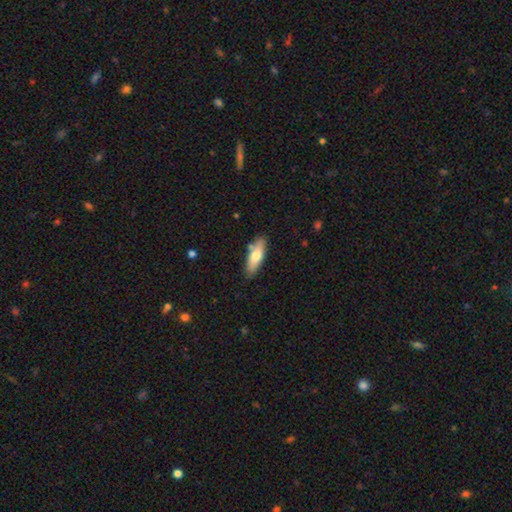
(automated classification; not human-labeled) A smooth galaxy with no disk features (70%) that is in between round and cigar-shaped (57%). Merging: none (80%).